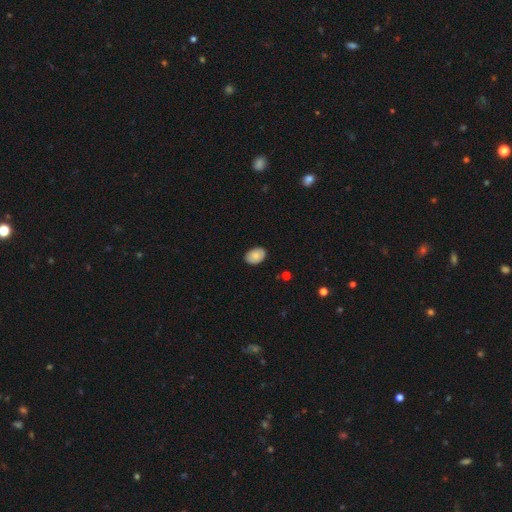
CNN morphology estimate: Smooth or featured? Predicted: smooth (p=0.83). How rounded? Predicted: in between (p=0.84). Merging? Predicted: none (p=0.85).